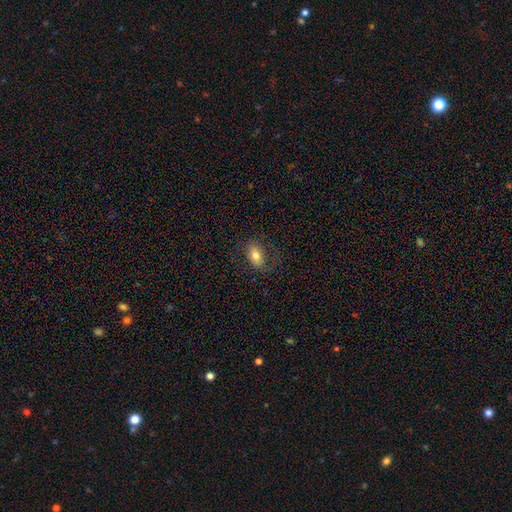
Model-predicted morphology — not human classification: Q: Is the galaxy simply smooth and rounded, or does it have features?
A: smooth — 75%.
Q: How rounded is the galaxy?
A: in between — 84%.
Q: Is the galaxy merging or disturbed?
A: none — 67%.